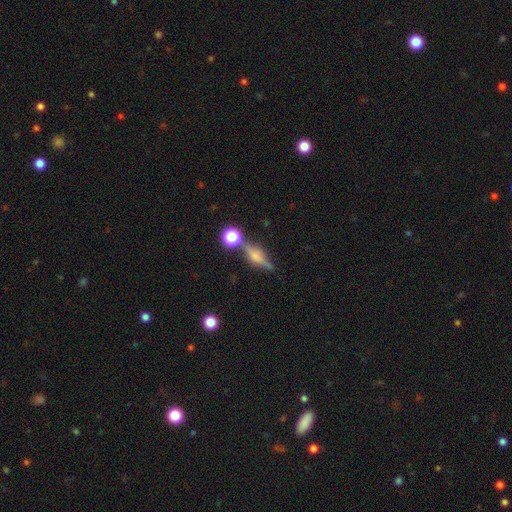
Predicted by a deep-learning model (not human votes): Q: Smooth or featured?
A: featured or disk (61%); runner-up: smooth (26%)
Q: Edge-on disk?
A: yes (92%); runner-up: no (8%)
Q: Edge-on bulge?
A: rounded (75%); runner-up: boxy (18%)
Q: Merging?
A: none (71%); runner-up: minor disturbance (14%)